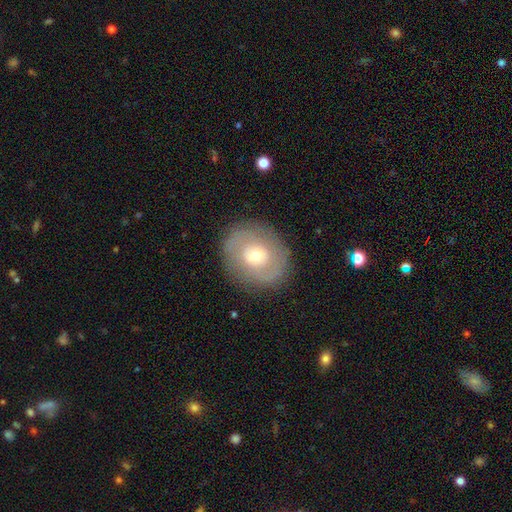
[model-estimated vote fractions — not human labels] Overall: featured or disk (53%; smooth 39%). Edge-on disk: no (95%). Bar: no (69%). Spiral arms: yes (54%; no 46%). Bulge size: moderate (56%; small 37%). Merging: none (83%).